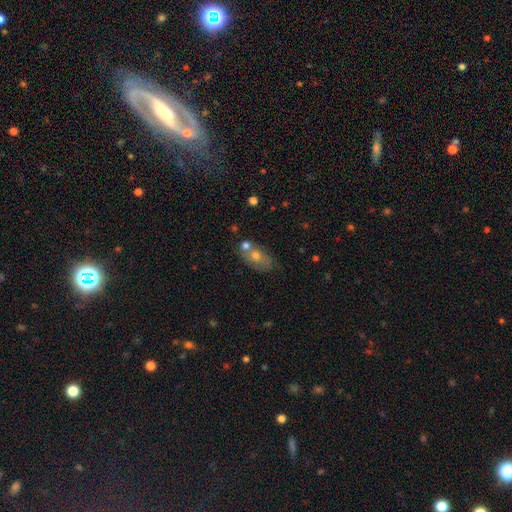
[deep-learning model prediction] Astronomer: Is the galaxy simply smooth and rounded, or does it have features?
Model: smooth — 61%.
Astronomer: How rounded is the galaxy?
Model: in between — 81%.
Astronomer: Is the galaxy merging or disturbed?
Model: none — 47% (runner-up: merger, 32%).